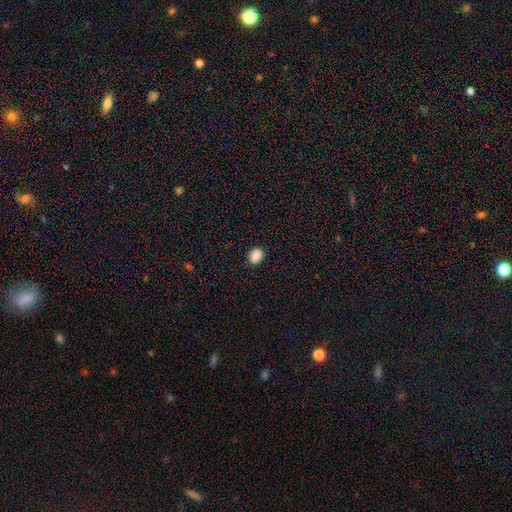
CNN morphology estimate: Smooth or featured?
  - smooth: 88% *
  - star or artifact: 9%
  - featured or disk: 3%
How rounded?
  - round: 50% *
  - in between: 49%
  - cigar-shaped: 1%
Merging?
  - none: 89% *
  - minor disturbance: 8%
  - major disturbance: 2%
  - merger: 1%